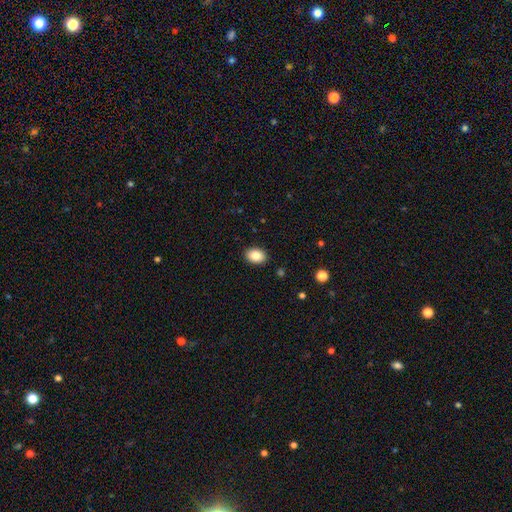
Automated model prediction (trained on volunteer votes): Smooth or featured? Predicted: smooth (p=0.86). How rounded? Predicted: in between (p=0.80). Merging? Predicted: none (p=0.90).